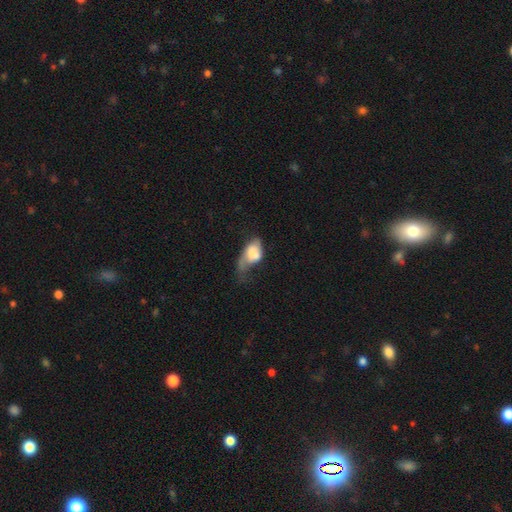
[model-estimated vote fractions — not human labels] Smooth or featured? smooth (63%)
How rounded? in between (86%)
Merging? major disturbance (53%)